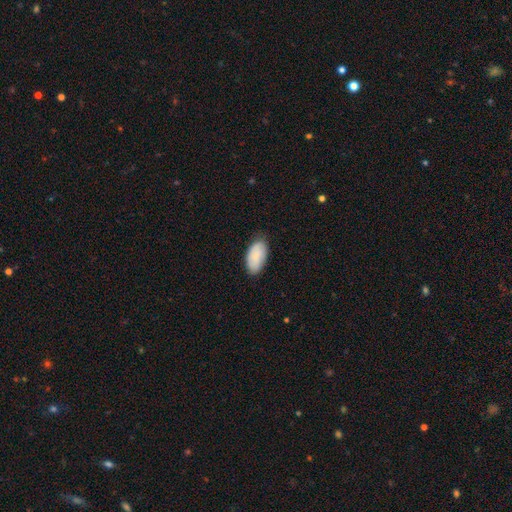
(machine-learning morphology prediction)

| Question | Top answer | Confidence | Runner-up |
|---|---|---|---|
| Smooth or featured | smooth | 84% | featured or disk (10%) |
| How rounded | in between | 95% | round (3%) |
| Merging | none | 79% | minor disturbance (17%) |